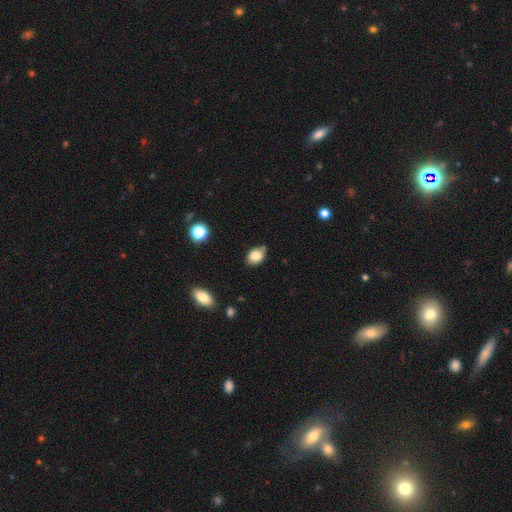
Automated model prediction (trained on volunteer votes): This is clearly a smooth galaxy (81%). How rounded: clearly in between (80%). Merging: likely none (74%).